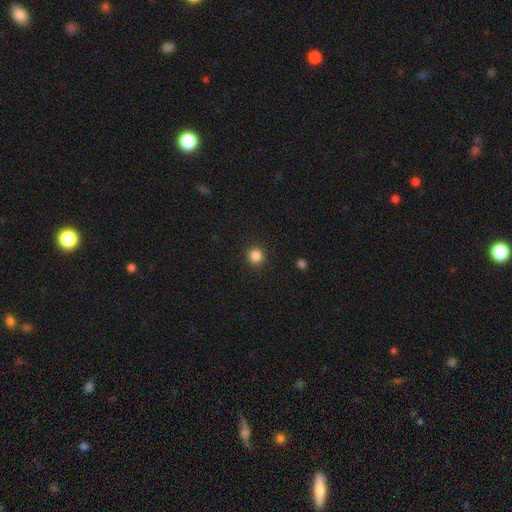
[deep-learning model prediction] Smooth or featured?
  - smooth: 85% *
  - star or artifact: 12%
  - featured or disk: 4%
How rounded?
  - round: 94% *
  - in between: 5%
  - cigar-shaped: 1%
Merging?
  - none: 92% *
  - minor disturbance: 5%
  - major disturbance: 2%
  - merger: 1%